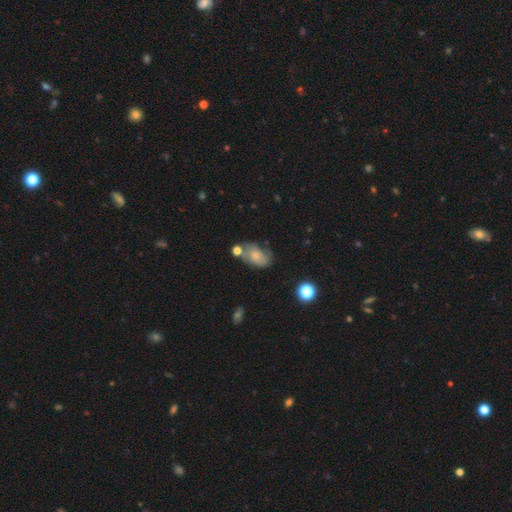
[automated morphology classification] Smooth or featured?
  - smooth: 64% *
  - featured or disk: 26%
  - star or artifact: 10%
How rounded?
  - in between: 87% *
  - round: 11%
  - cigar-shaped: 2%
Merging?
  - none: 48% *
  - minor disturbance: 27%
  - merger: 14%
  - major disturbance: 11%